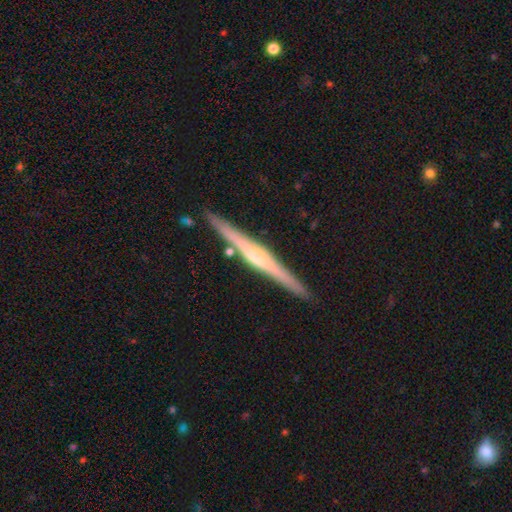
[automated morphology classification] type=featured or disk (82%); edge-on=yes (98%); edge-on bulge=rounded (70%); merging=none (91%).